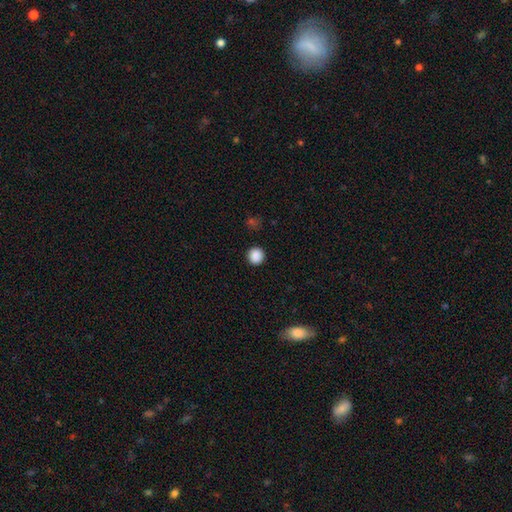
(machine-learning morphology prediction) This appears to be a smooth galaxy with no disk features (88%) that is round (95%). Merging: none (92%).